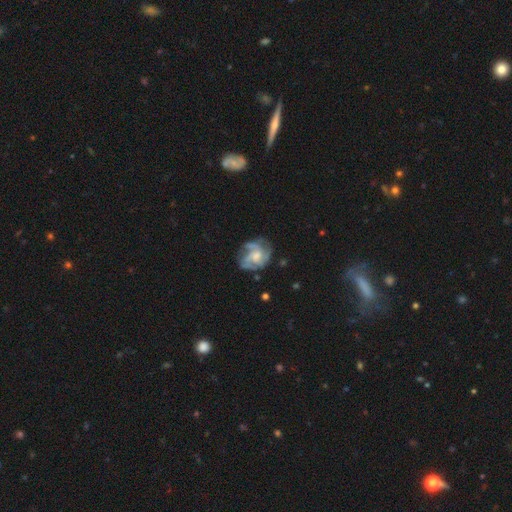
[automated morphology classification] type=featured or disk (81%); edge-on=no (98%); bar=no (62%); spiral arms=yes (93%); winding=medium (44%); arm count=3 (41%); bulge=moderate (49%); merging=none (64%).